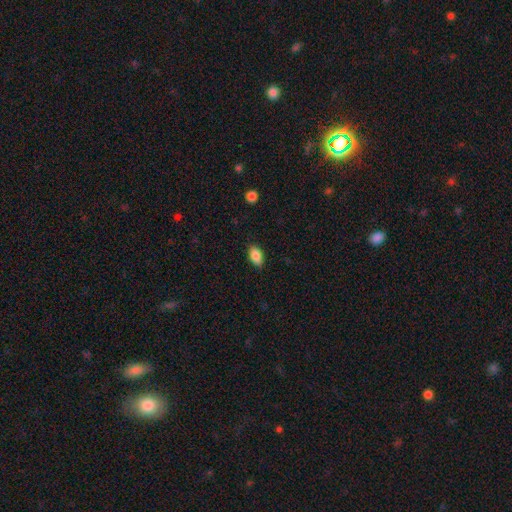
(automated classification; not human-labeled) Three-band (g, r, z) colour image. It shows a smooth galaxy with no disk features (86%) that is in between round and cigar-shaped (91%). Merging: none (86%).